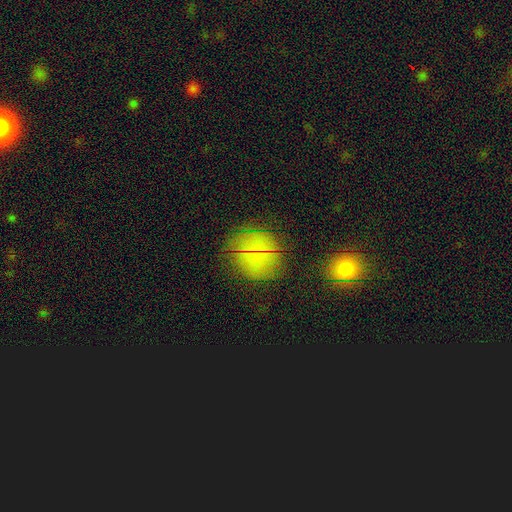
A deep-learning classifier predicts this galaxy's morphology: Smooth or featured?
  - smooth: 68% *
  - star or artifact: 21%
  - featured or disk: 11%
How rounded?
  - round: 84% *
  - in between: 15%
  - cigar-shaped: 1%
Merging?
  - none: 82% *
  - minor disturbance: 12%
  - major disturbance: 4%
  - merger: 3%